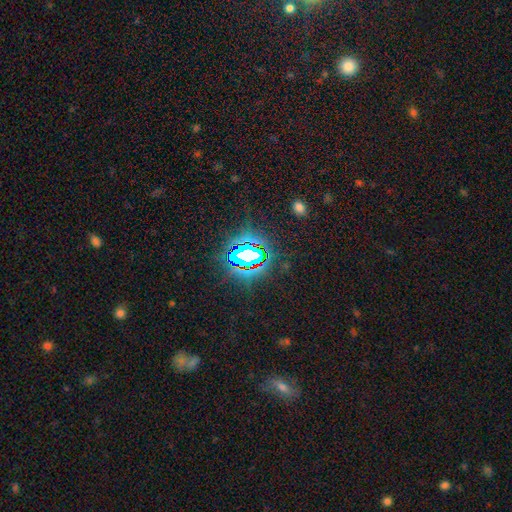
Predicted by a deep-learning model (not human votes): Smooth or featured? star or artifact (78%)